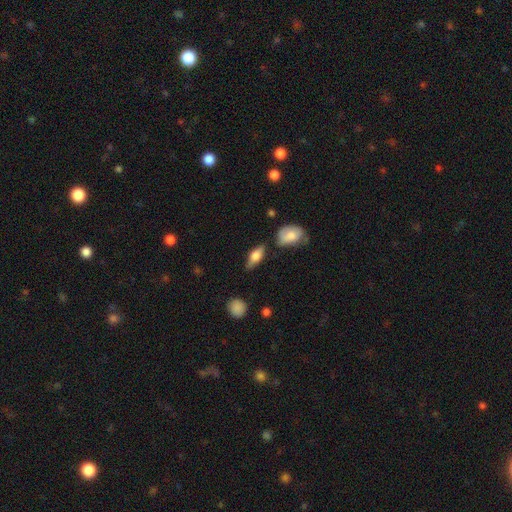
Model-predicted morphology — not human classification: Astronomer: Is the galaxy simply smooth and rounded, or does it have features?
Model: smooth — 56% (runner-up: featured or disk, 37%).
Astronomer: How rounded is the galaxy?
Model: in between — 72%.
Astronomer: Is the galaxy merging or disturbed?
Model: none — 72%.